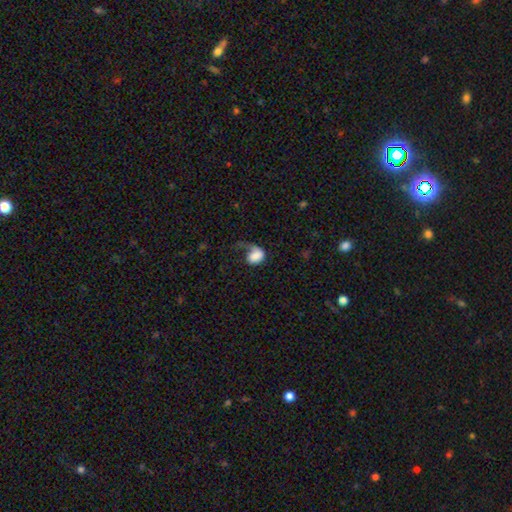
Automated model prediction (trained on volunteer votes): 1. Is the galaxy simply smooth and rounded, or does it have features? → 64% smooth, 28% featured or disk, 8% star or artifact.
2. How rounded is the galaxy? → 65% in between, 34% round, 1% cigar-shaped.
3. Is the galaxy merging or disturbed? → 52% major disturbance, 23% none, 21% minor disturbance, 4% merger.